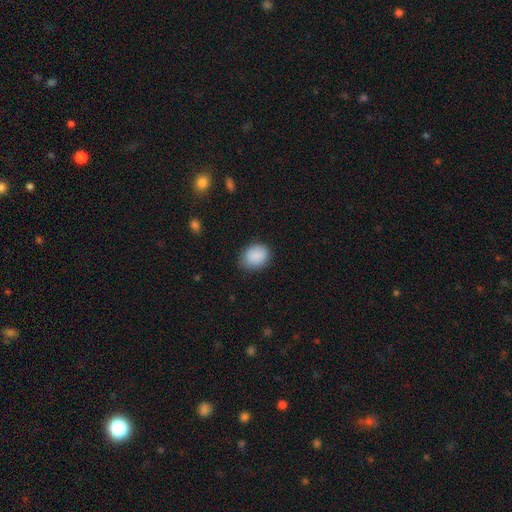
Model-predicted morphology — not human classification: Smooth or featured?
  - smooth: 89% *
  - star or artifact: 7%
  - featured or disk: 4%
How rounded?
  - in between: 56% *
  - round: 43%
  - cigar-shaped: 1%
Merging?
  - none: 78% *
  - minor disturbance: 17%
  - major disturbance: 3%
  - merger: 1%